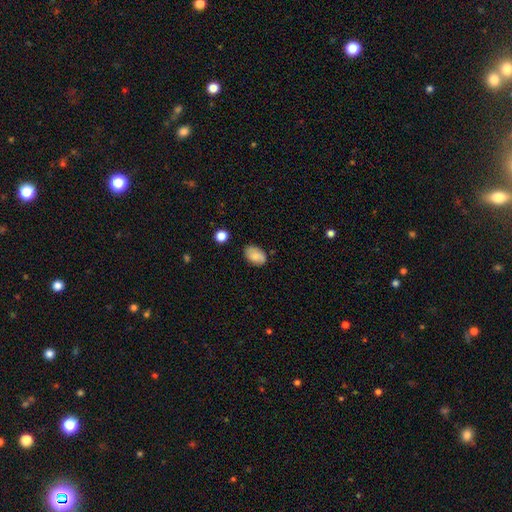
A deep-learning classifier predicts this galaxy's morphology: Smooth or featured? Predicted: smooth (p=0.81). How rounded? Predicted: in between (p=0.88). Merging? Predicted: none (p=0.79).